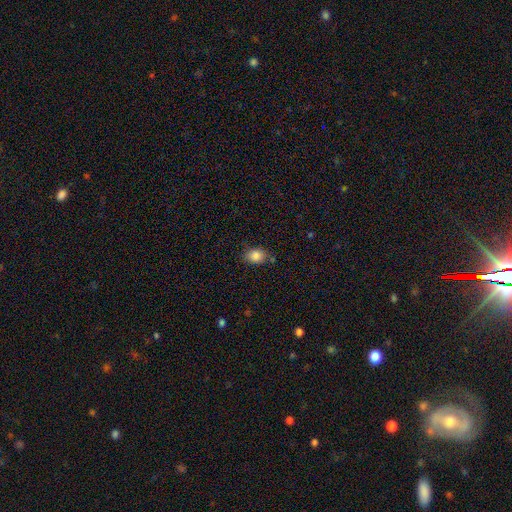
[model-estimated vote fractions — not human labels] Overall: smooth (85%). How rounded: in between (61%; round 38%). Merging: none (75%).